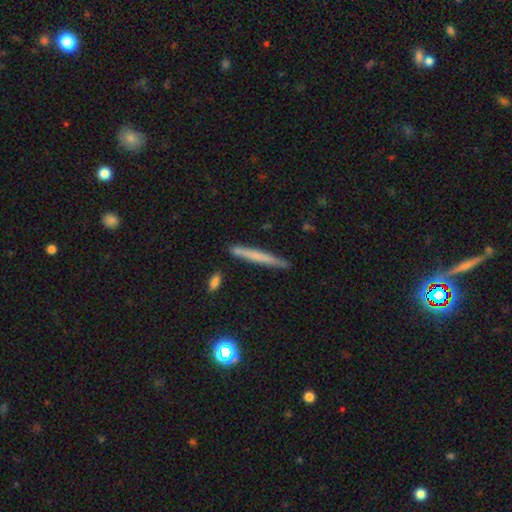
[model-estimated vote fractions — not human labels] Q: Smooth or featured?
A: smooth (56%); runner-up: featured or disk (36%)
Q: How rounded?
A: cigar-shaped (96%); runner-up: in between (2%)
Q: Merging?
A: none (87%); runner-up: minor disturbance (9%)